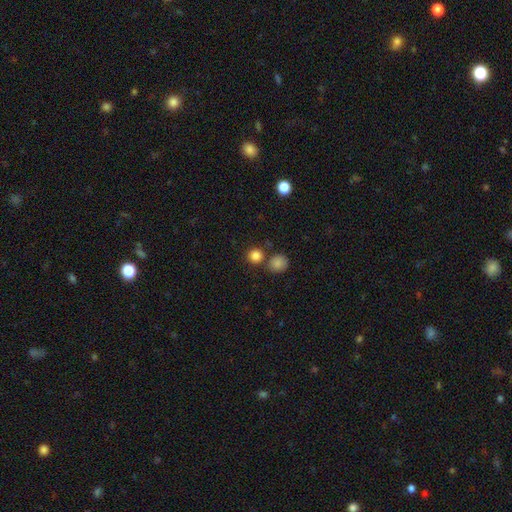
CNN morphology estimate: The model was most divided on "merging": none: 72%, merger: 18%, minor disturbance: 7%, major disturbance: 3%. More confident: how rounded — round (91%); smooth or featured — smooth (83%).